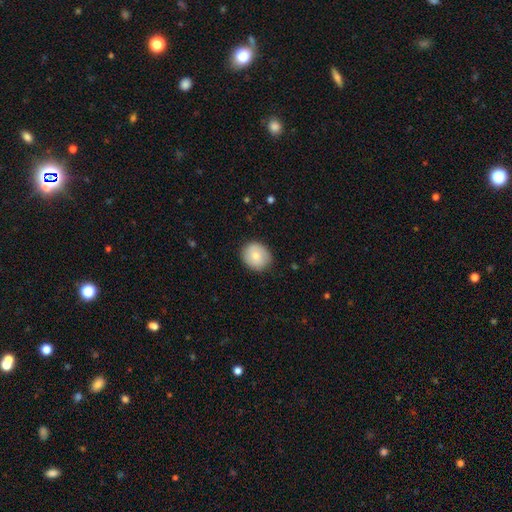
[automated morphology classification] A smooth galaxy with no disk features (79%) that is round (74%). Merging: none (85%).